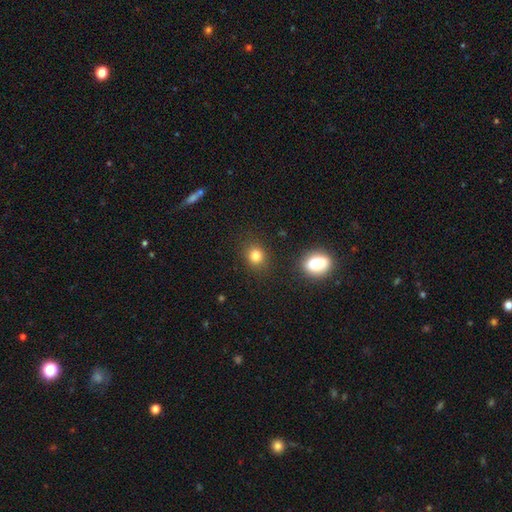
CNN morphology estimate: A smooth galaxy with no disk features (81%) that is round (69%).

Vote fractions:
- Smooth or featured? smooth: 81% / star or artifact: 12% / featured or disk: 6%
- How rounded? round: 69% / in between: 30% / cigar-shaped: 1%
- Merging? none: 85% / minor disturbance: 9% / merger: 3% / major disturbance: 3%